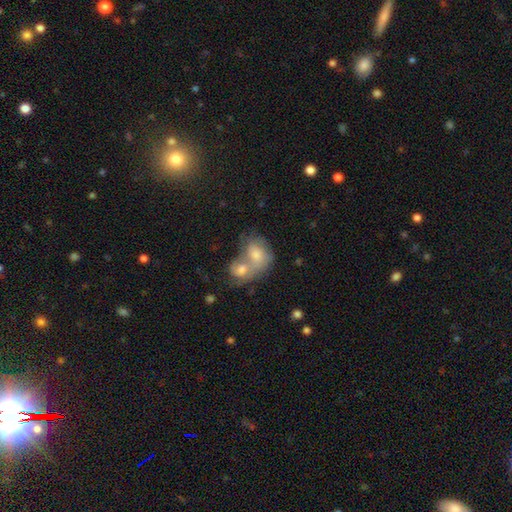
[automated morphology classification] type=smooth (62%); roundness=in between (65%); merging=merger (75%).